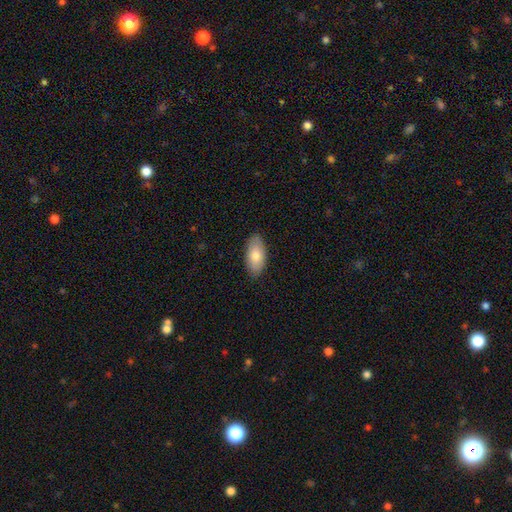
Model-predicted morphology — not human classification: type=smooth (81%); roundness=in between (93%); merging=none (87%).